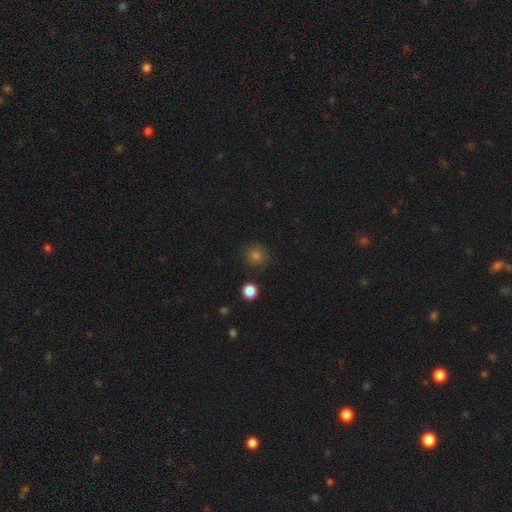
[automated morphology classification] smooth 73%, star or artifact 20%, featured or disk 7%. Down the decision tree: how rounded — round (88%); merging — none (85%).